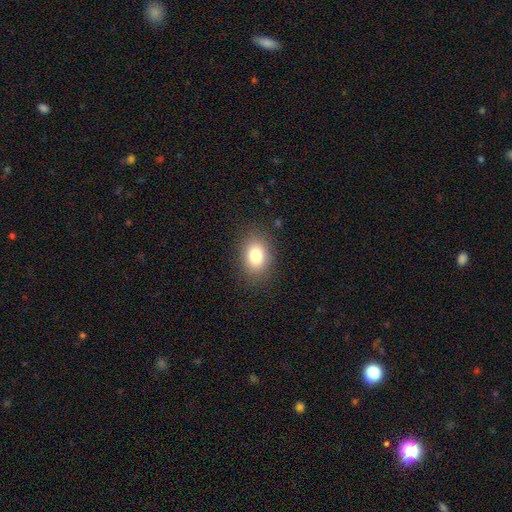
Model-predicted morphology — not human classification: Q: Smooth or featured?
A: smooth (81%); runner-up: star or artifact (10%)
Q: How rounded?
A: in between (74%); runner-up: round (25%)
Q: Merging?
A: none (85%); runner-up: minor disturbance (10%)